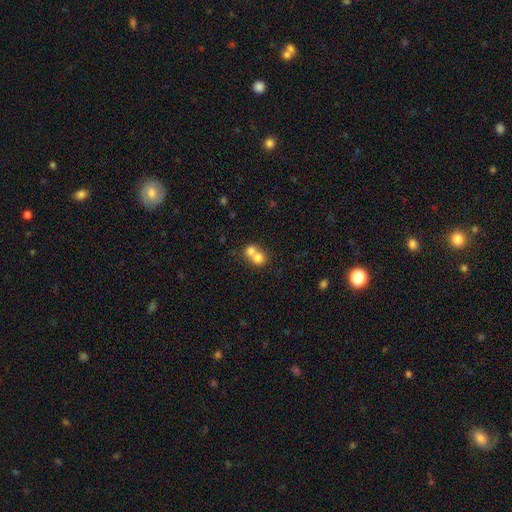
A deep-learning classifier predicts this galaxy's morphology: type=smooth (75%); roundness=round (78%); merging=merger (68%).